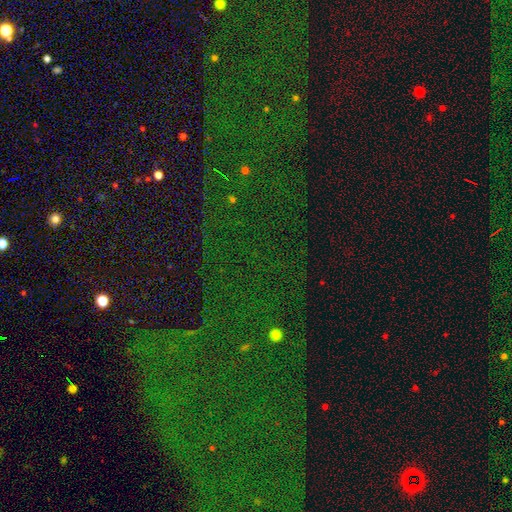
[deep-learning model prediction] This appears to be a star or artifact, not a galaxy (80%).